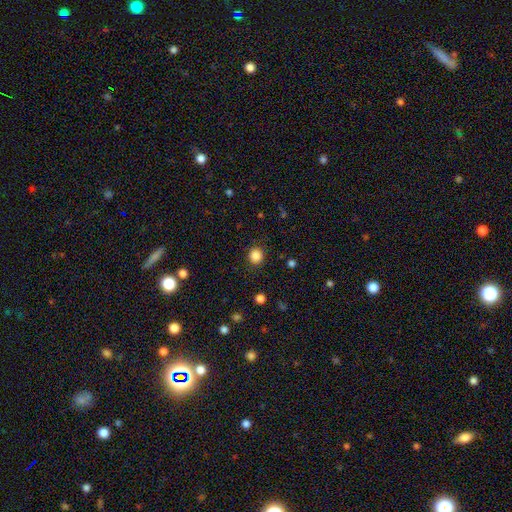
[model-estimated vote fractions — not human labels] Smooth or featured? Predicted: smooth (p=0.85). How rounded? Predicted: round (p=0.90). Merging? Predicted: none (p=0.90).